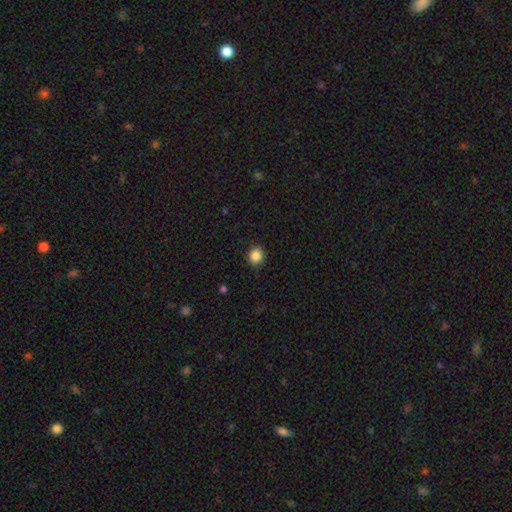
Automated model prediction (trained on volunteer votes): smooth-or-featured: smooth: 87% | star or artifact: 10% | featured or disk: 3%
  how-rounded: round: 83% | in between: 16% | cigar-shaped: 1%
  merging: none: 89% | minor disturbance: 8% | major disturbance: 2% | merger: 1%